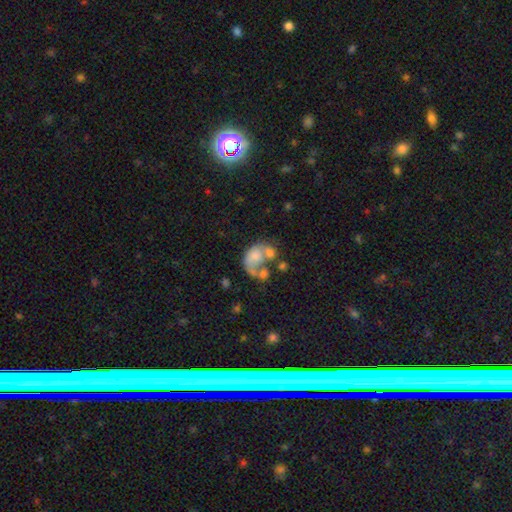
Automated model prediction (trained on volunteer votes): Smooth or featured: smooth — 48% (featured or disk — 41%)
Merging: merger — 42% (major disturbance — 29%)